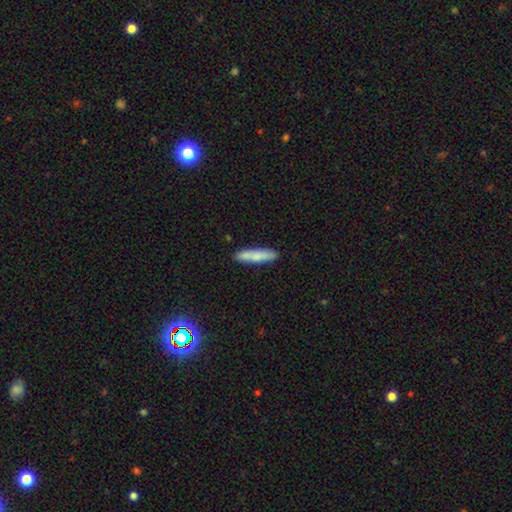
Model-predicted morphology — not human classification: This appears to be a smooth galaxy with no disk features (78%) that is cigar-shaped (85%). Merging: none (87%).